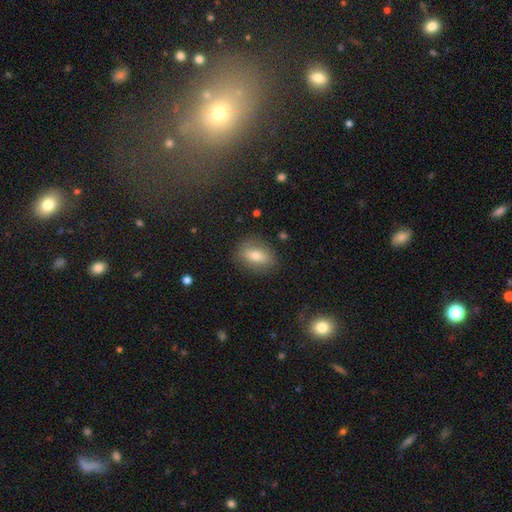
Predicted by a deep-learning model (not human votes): Smooth or featured: smooth — 66% (featured or disk — 24%)
How rounded: in between — 75% (round — 21%)
Merging: none — 81% (minor disturbance — 14%)